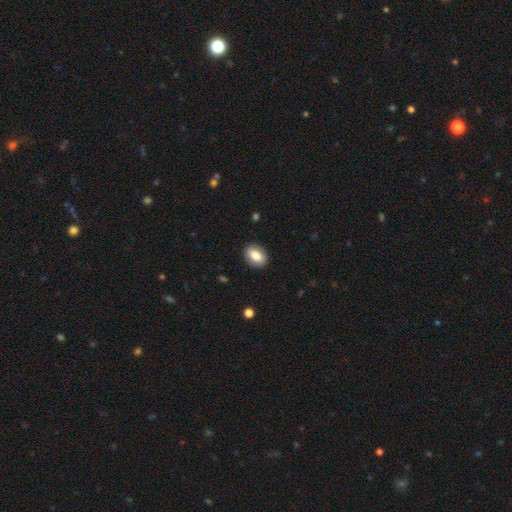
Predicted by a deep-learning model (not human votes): Smooth or featured? Predicted: smooth (p=0.78). How rounded? Predicted: in between (p=0.78). Merging? Predicted: none (p=0.89).